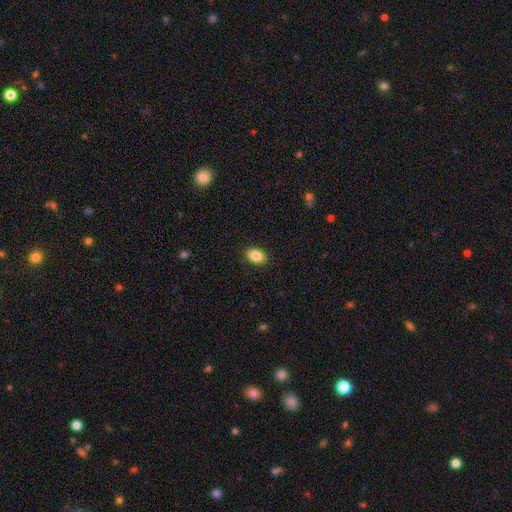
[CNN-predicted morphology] Q: Smooth or featured?
A: smooth (86%); runner-up: star or artifact (8%)
Q: How rounded?
A: in between (85%); runner-up: round (14%)
Q: Merging?
A: none (89%); runner-up: minor disturbance (8%)